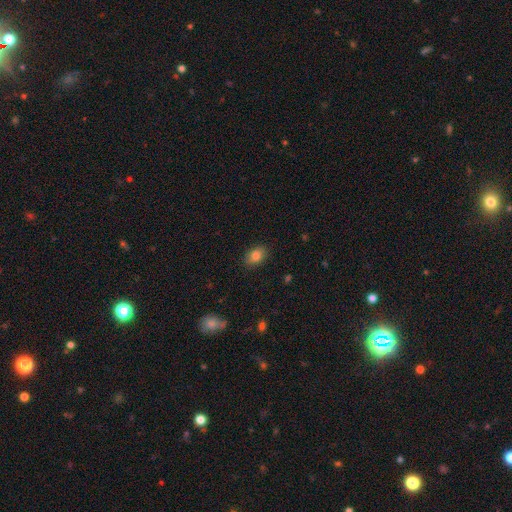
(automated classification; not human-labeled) smooth_or_featured: smooth (p=0.81) [alt: star or artifact p=0.10]
how_rounded: in between (p=0.81) [alt: round p=0.17]
merging: none (p=0.86) [alt: minor disturbance p=0.10]